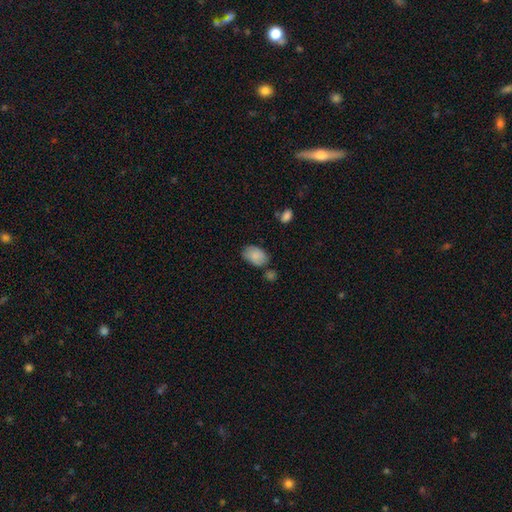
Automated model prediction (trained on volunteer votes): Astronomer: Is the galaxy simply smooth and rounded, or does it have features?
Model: smooth — 84%.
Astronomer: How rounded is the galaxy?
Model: in between — 90%.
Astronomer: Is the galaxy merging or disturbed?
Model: none — 62%.